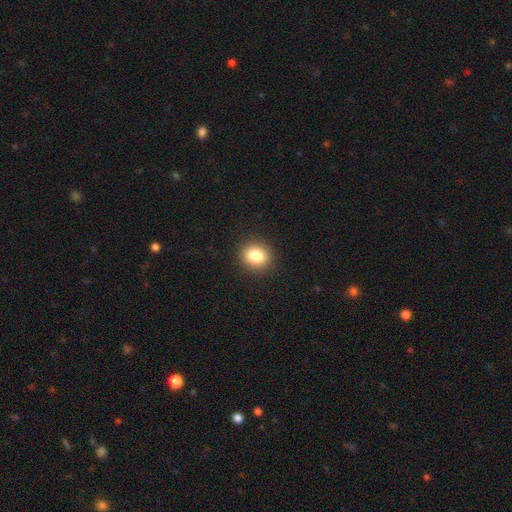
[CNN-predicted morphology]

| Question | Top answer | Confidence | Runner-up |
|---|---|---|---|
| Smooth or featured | smooth | 84% | star or artifact (10%) |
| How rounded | round | 76% | in between (23%) |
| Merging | none | 91% | minor disturbance (6%) |